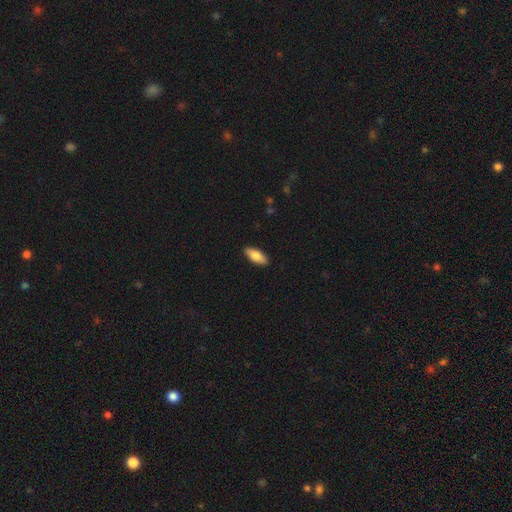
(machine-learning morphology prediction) smooth_or_featured: smooth (p=0.81) [alt: featured or disk p=0.13]
how_rounded: in between (p=0.77) [alt: cigar-shaped p=0.21]
merging: none (p=0.89) [alt: minor disturbance p=0.08]